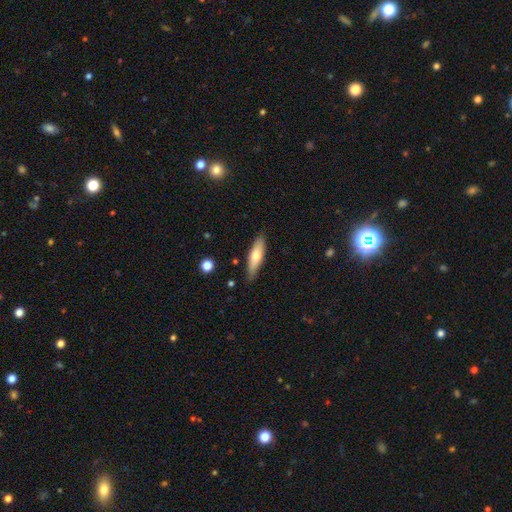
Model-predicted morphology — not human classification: This appears to be a smooth galaxy with no disk features (65%) that is cigar-shaped (64%). Merging: none (84%).